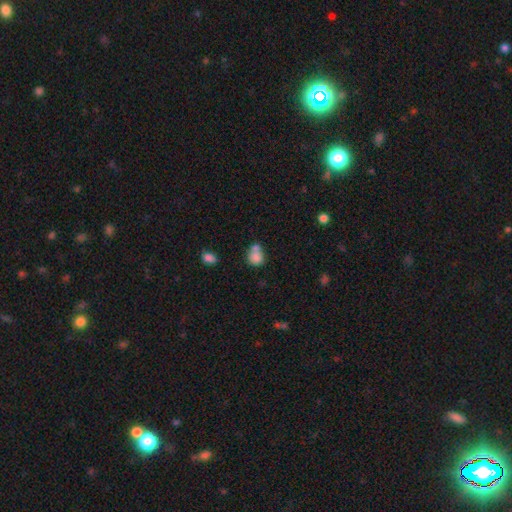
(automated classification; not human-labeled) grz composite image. It shows a smooth galaxy with no disk features (79%) that is round (65%). Merging: merger (47%).